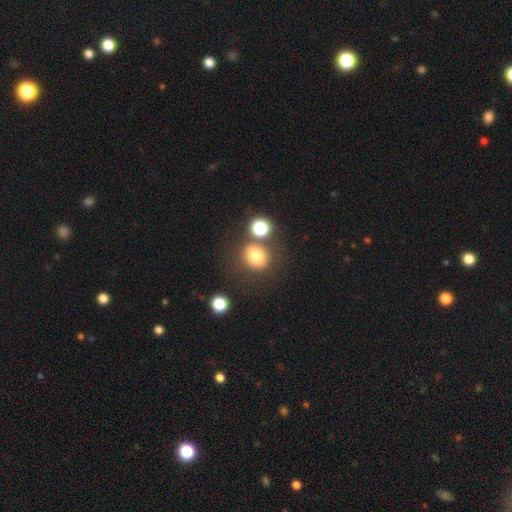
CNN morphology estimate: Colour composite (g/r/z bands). It shows a smooth galaxy with no disk features (77%) that is round (83%). Merging: none (71%).